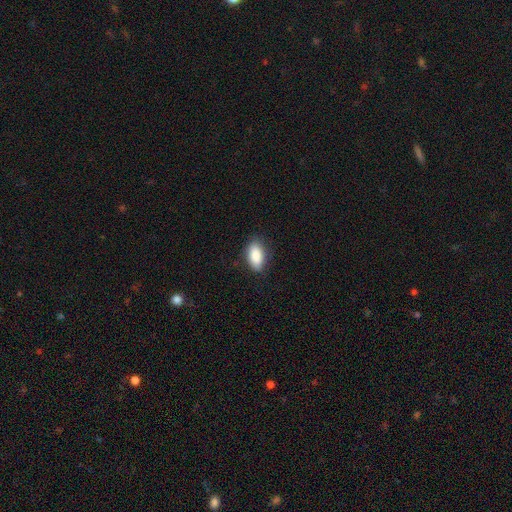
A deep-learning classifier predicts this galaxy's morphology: Q: Smooth or featured?
A: smooth (88%); runner-up: star or artifact (7%)
Q: How rounded?
A: in between (92%); runner-up: cigar-shaped (4%)
Q: Merging?
A: none (82%); runner-up: minor disturbance (14%)